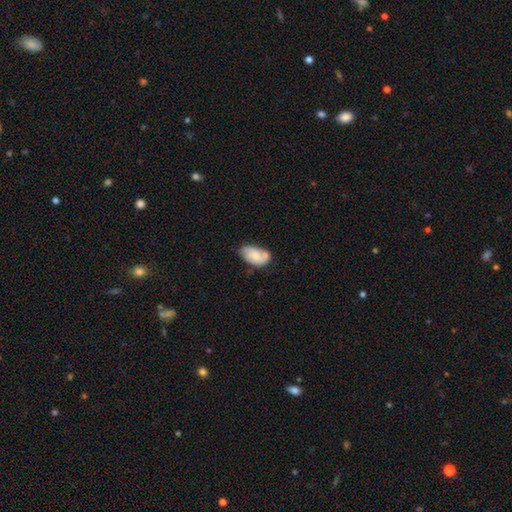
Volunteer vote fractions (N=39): Smooth or featured? smooth (82%)
How rounded? in between (97%)
Merging? none (47%)